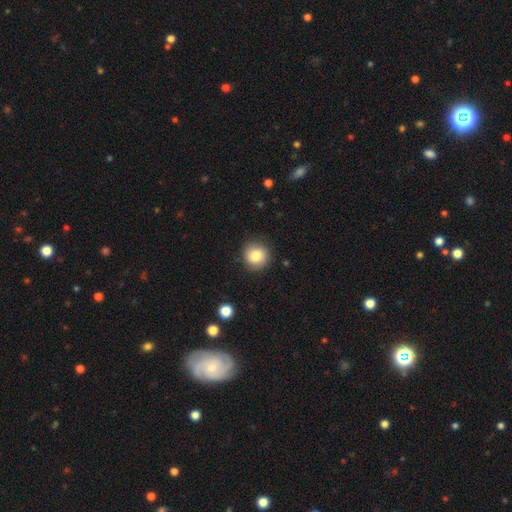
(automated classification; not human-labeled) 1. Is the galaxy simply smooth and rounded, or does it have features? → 83% smooth, 9% featured or disk, 9% star or artifact.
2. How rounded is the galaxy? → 92% round, 7% in between, 1% cigar-shaped.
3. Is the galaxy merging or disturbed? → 84% none, 11% minor disturbance, 3% major disturbance, 1% merger.